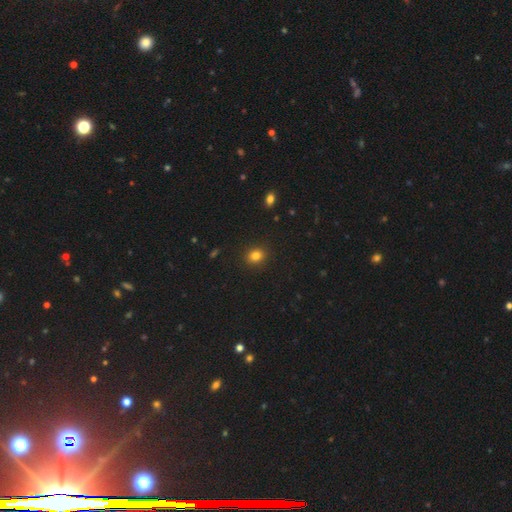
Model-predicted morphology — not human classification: This appears to be a smooth galaxy with no disk features (82%) that is round (65%). Merging: none (90%).